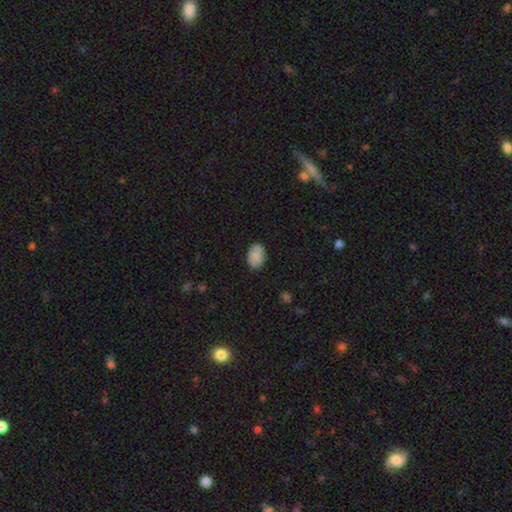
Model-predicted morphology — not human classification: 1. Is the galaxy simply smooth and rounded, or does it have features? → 85% smooth, 8% star or artifact, 7% featured or disk.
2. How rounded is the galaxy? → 84% in between, 14% round, 1% cigar-shaped.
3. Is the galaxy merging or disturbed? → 82% none, 14% minor disturbance, 3% major disturbance, 1% merger.